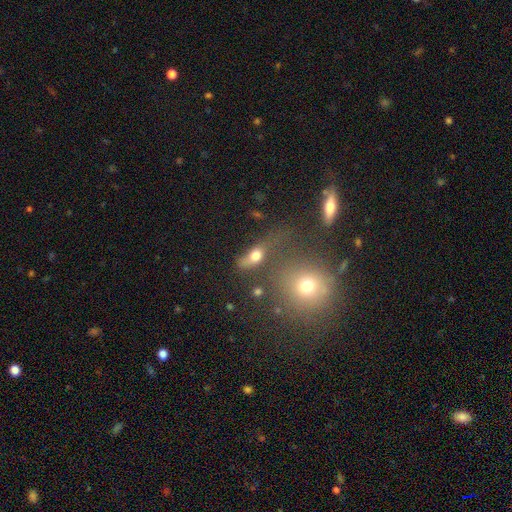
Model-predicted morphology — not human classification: Overall: smooth (68%). How rounded: in between (68%). Merging: none (44%; merger 21%).